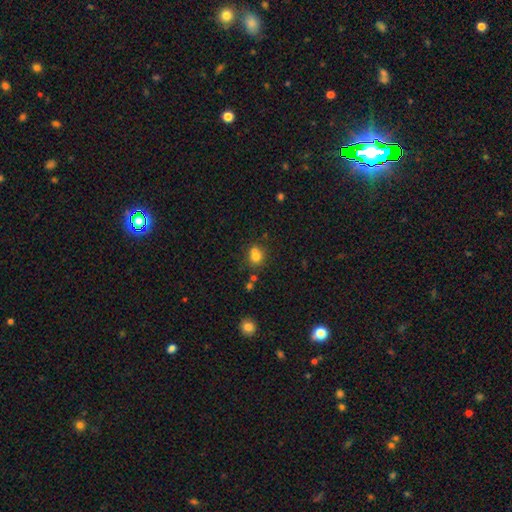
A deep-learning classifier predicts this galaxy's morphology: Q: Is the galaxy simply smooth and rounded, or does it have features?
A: smooth — 78%.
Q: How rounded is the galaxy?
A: round — 70%.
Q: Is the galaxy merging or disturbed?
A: none — 56%.